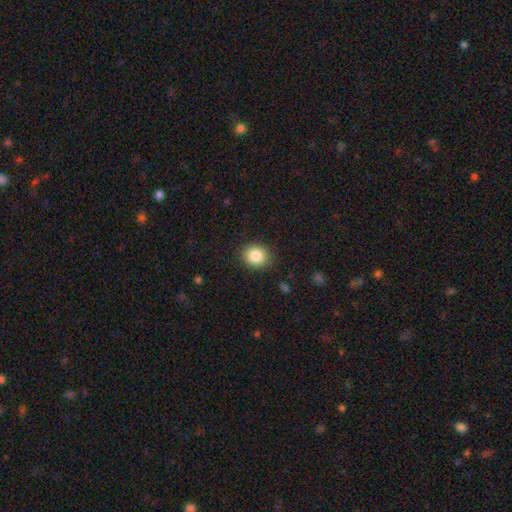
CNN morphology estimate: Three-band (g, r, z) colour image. It shows a smooth galaxy with no disk features (85%) that is round (69%). Merging: none (87%).